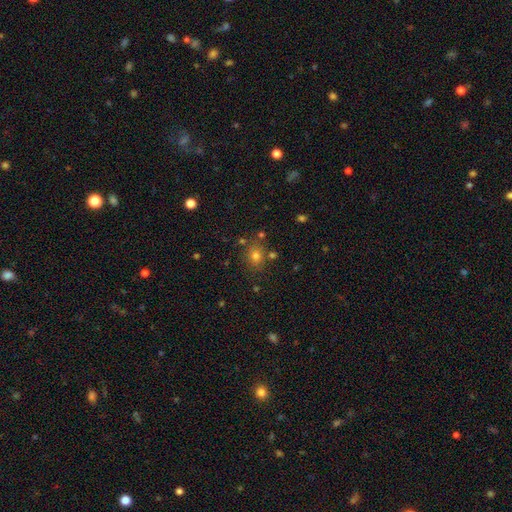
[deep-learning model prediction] Smooth or featured? Predicted: smooth (p=0.71). How rounded? Predicted: round (p=0.67). Merging? Predicted: none (p=0.78).